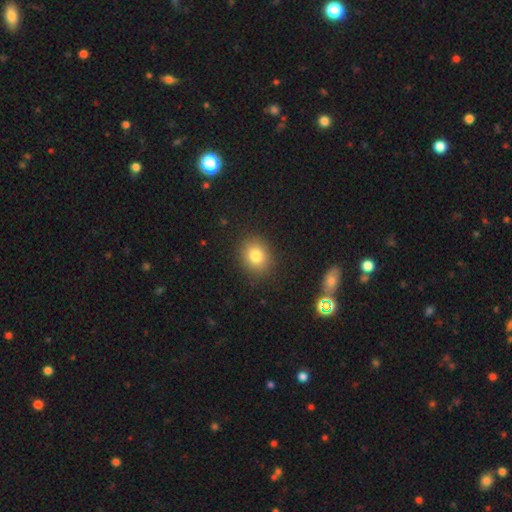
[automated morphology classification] smooth 80%, star or artifact 12%, featured or disk 8%. Down the decision tree: how rounded — round (66%); merging — none (88%).